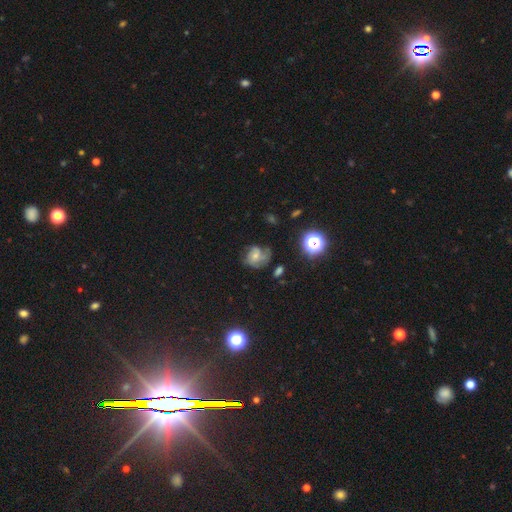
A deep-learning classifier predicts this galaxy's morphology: Overall: featured or disk (56%; smooth 28%). Edge-on disk: no (97%). Bar: no (71%). Spiral arms: yes (84%). Bulge size: small (54%; moderate 36%). Merging: none (48%; minor disturbance 25%).